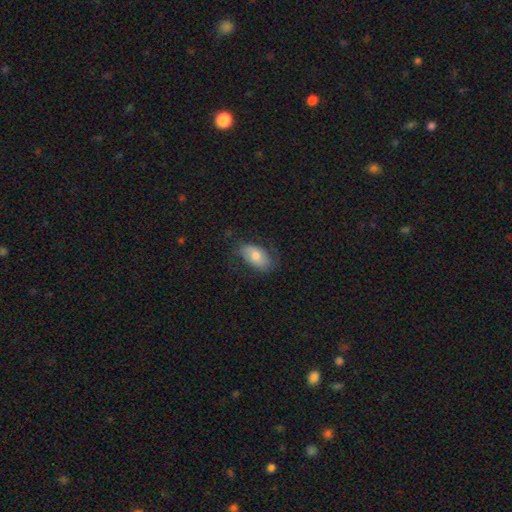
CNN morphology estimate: smooth_or_featured: smooth (p=0.64) [alt: featured or disk p=0.29]
how_rounded: in between (p=0.91) [alt: round p=0.06]
merging: none (p=0.67) [alt: minor disturbance p=0.22]